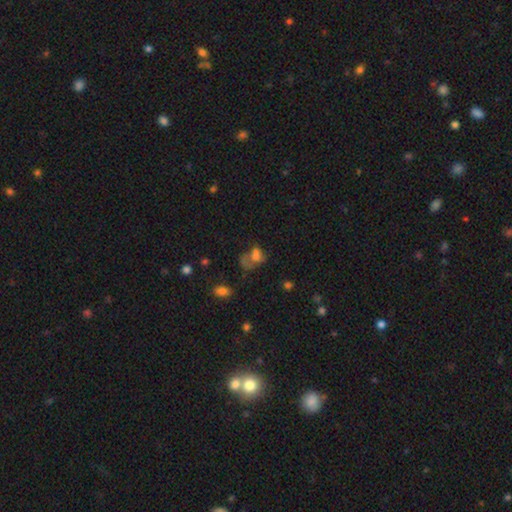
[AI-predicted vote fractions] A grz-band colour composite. It shows a smooth galaxy with no disk features (62%) that is in between round and cigar-shaped (63%). Merging: merger (37%).